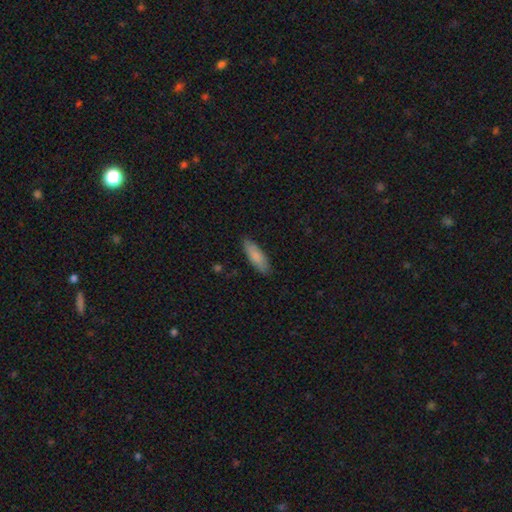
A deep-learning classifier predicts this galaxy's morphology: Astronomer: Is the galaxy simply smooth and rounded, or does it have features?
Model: smooth — 85%.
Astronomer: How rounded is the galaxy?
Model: in between — 53% (runner-up: cigar-shaped, 46%).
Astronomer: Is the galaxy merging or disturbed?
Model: none — 86%.